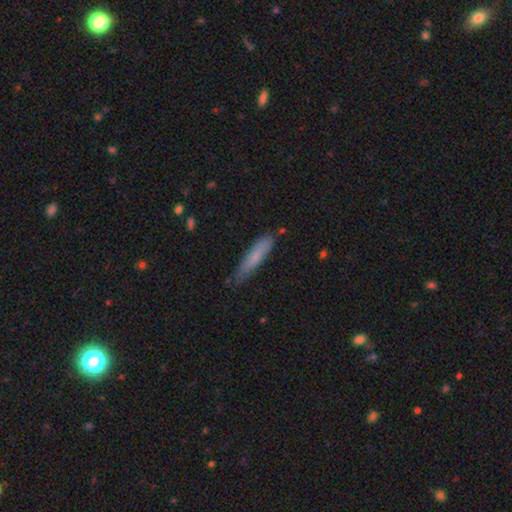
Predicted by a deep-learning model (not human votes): Smooth or featured? smooth (73%)
How rounded? cigar-shaped (87%)
Merging? none (72%)